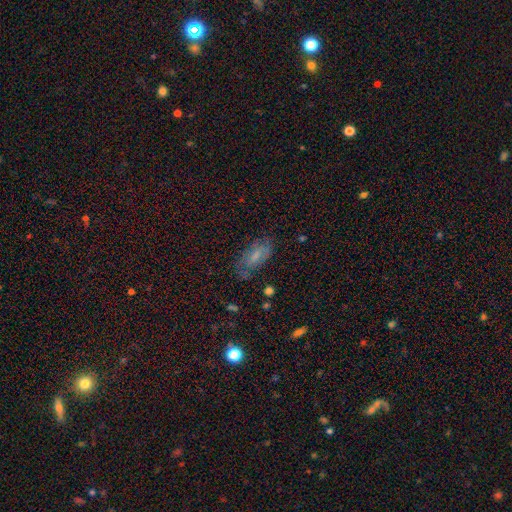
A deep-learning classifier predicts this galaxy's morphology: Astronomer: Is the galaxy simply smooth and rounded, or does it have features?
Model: smooth — 52% (runner-up: featured or disk, 35%).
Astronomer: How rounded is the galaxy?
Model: in between — 87%.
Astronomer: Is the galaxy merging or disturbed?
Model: none — 69%.